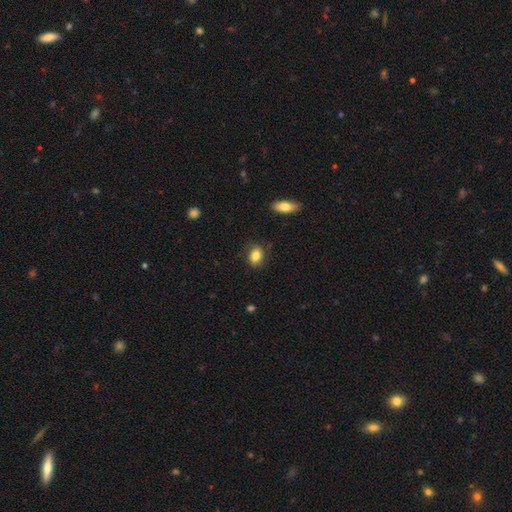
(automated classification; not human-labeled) smooth-or-featured: smooth: 81% | featured or disk: 10% | star or artifact: 8%
  how-rounded: in between: 69% | round: 29% | cigar-shaped: 2%
  merging: none: 82% | minor disturbance: 13% | major disturbance: 3% | merger: 2%